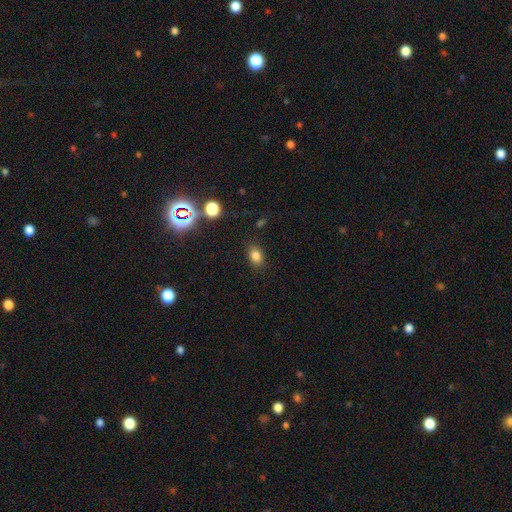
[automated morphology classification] smooth-or-featured: smooth: 81% | star or artifact: 13% | featured or disk: 6%
  how-rounded: in between: 69% | round: 29% | cigar-shaped: 1%
  merging: none: 85% | minor disturbance: 10% | major disturbance: 3% | merger: 2%